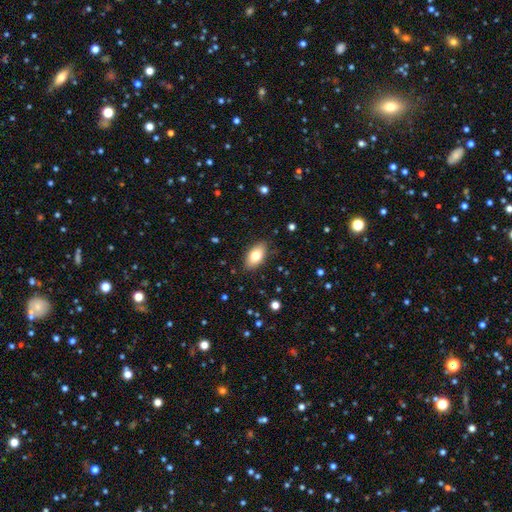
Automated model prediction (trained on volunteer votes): A smooth galaxy with no disk features (78%) that is in between round and cigar-shaped (92%).

Vote fractions:
- Smooth or featured? smooth: 78% / featured or disk: 14% / star or artifact: 7%
- How rounded? in between: 92% / round: 5% / cigar-shaped: 3%
- Merging? none: 86% / minor disturbance: 10% / major disturbance: 2% / merger: 1%